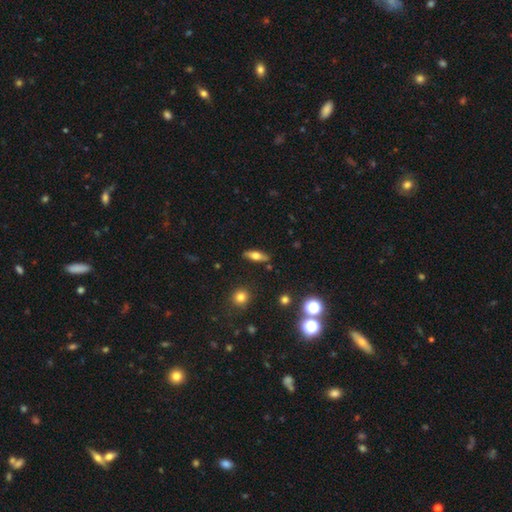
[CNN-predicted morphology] smooth-or-featured: smooth: 55% | featured or disk: 36% | star or artifact: 8%
  how-rounded: in between: 55% | cigar-shaped: 41% | round: 4%
  merging: none: 85% | minor disturbance: 10% | major disturbance: 2% | merger: 2%